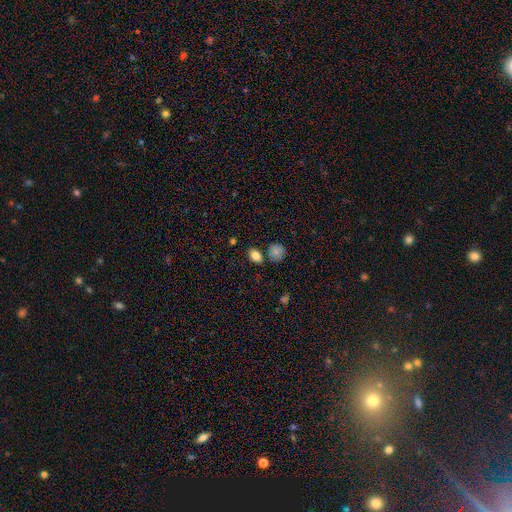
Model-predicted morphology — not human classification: This appears to be a smooth galaxy with no disk features (83%) that is in between round and cigar-shaped (69%). Merging: none (72%).